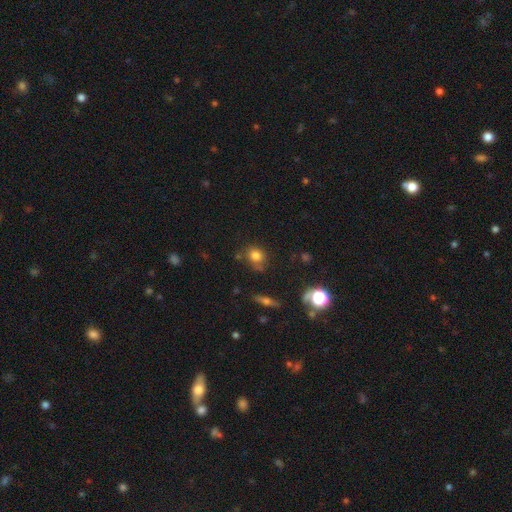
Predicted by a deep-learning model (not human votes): The model was most divided on "how rounded": round: 69%, in between: 29%, cigar-shaped: 2%. More confident: smooth or featured — smooth (77%); merging — none (65%).